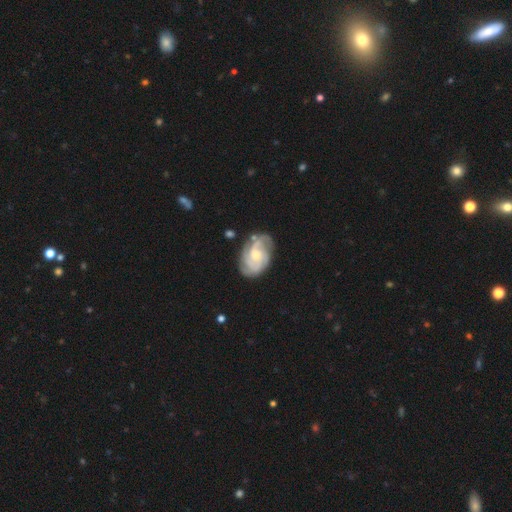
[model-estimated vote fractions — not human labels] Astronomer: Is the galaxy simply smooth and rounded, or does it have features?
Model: featured or disk — 87%.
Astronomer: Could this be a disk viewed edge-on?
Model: no — 98%.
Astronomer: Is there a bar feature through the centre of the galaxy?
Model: no — 66%.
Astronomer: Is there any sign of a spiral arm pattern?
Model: yes — 97%.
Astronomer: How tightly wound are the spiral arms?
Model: tight — 58% (runner-up: medium, 34%).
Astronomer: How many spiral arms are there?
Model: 3 — 35% (runner-up: 2, 22%).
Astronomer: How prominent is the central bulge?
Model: small — 52% (runner-up: moderate, 41%).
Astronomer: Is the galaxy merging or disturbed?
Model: none — 72%.